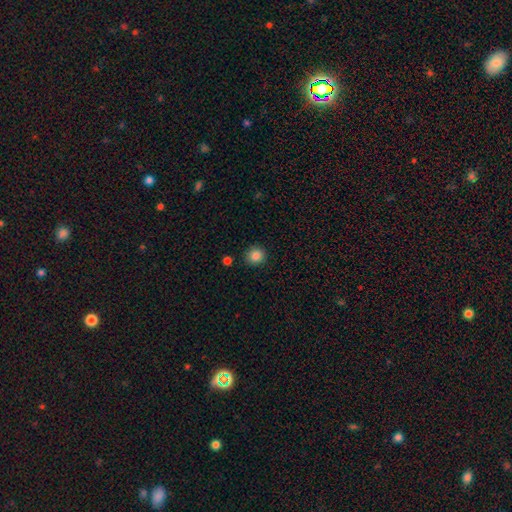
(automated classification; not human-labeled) Smooth or featured? smooth (86%)
How rounded? round (90%)
Merging? none (89%)